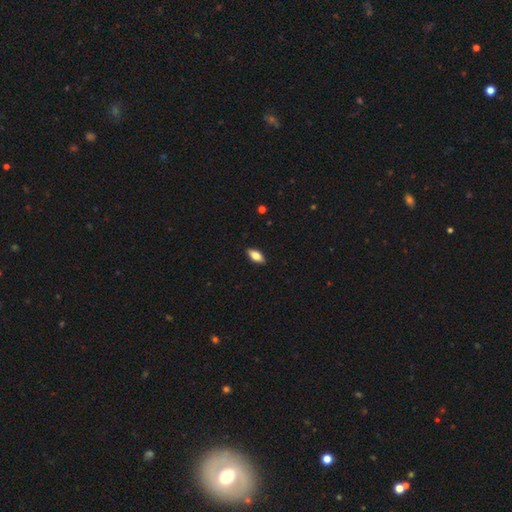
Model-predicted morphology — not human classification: smooth_or_featured: smooth (p=0.77) [alt: featured or disk p=0.16]
how_rounded: in between (p=0.86) [alt: cigar-shaped p=0.11]
merging: none (p=0.89) [alt: minor disturbance p=0.08]